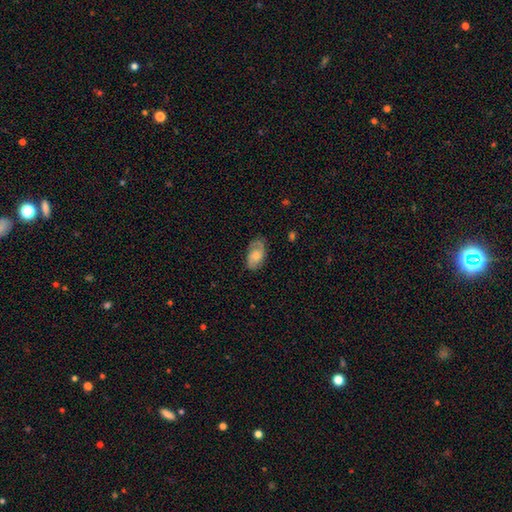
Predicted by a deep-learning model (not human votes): Smooth or featured? Predicted: smooth (p=0.52). How rounded? Predicted: in between (p=0.92). Merging? Predicted: none (p=0.71).